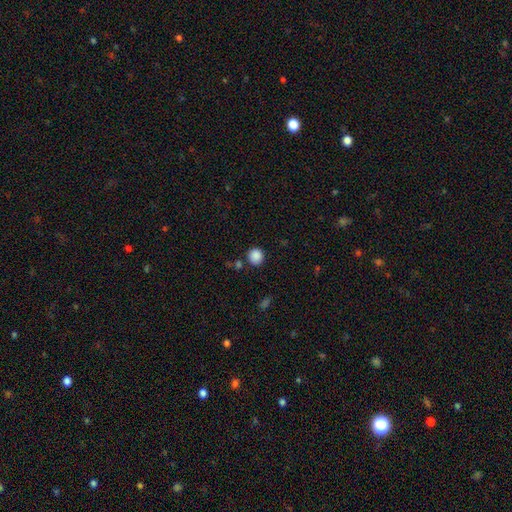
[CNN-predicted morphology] This is clearly a smooth galaxy (87%). How rounded: clearly round (90%). Merging: clearly none (84%).